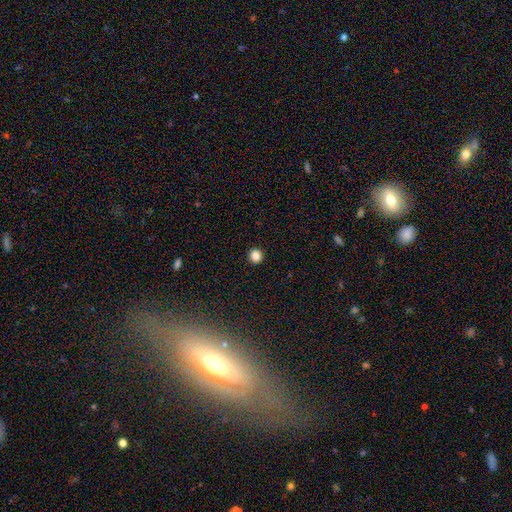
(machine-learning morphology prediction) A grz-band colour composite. It shows a smooth galaxy with no disk features (86%) that is round (93%). Merging: none (94%).